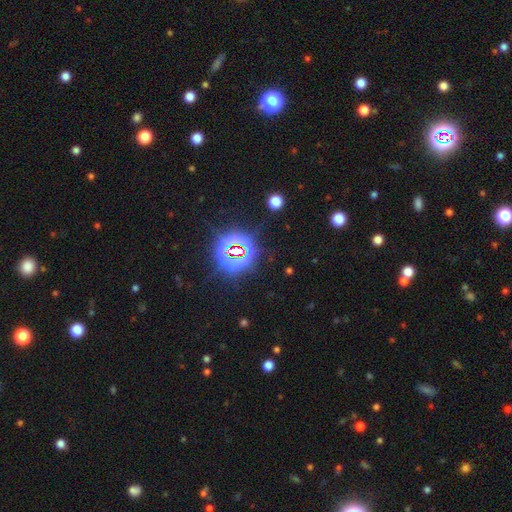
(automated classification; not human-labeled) Q: Smooth or featured?
A: star or artifact (80%); runner-up: smooth (13%)